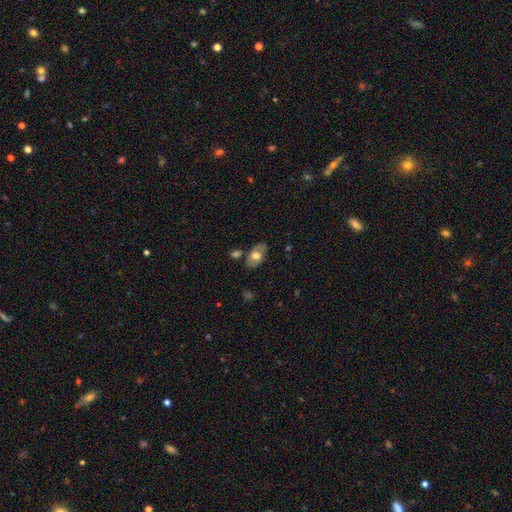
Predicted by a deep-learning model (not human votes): A smooth galaxy with no disk features (59%) that is in between round and cigar-shaped (92%). Merging: none (75%).